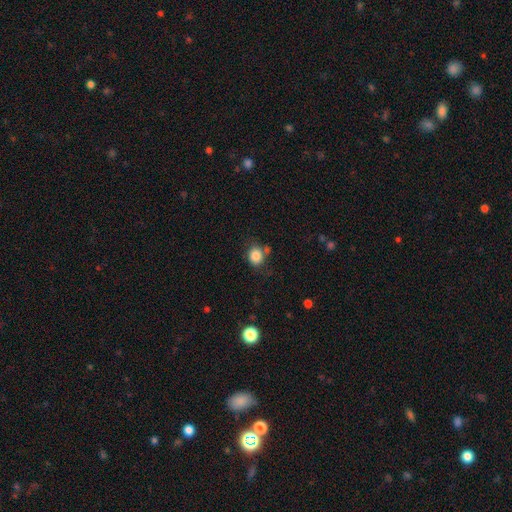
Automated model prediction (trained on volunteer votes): Smooth or featured? smooth (84%)
How rounded? round (71%)
Merging? none (68%)